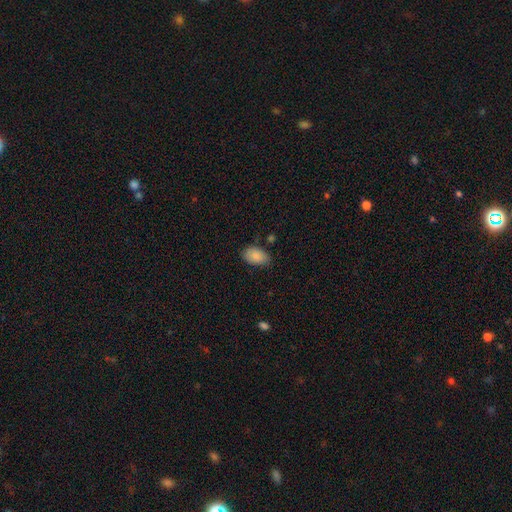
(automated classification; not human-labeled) smooth_or_featured: smooth (p=0.89) [alt: star or artifact p=0.07]
how_rounded: in between (p=0.91) [alt: round p=0.07]
merging: none (p=0.76) [alt: minor disturbance p=0.18]